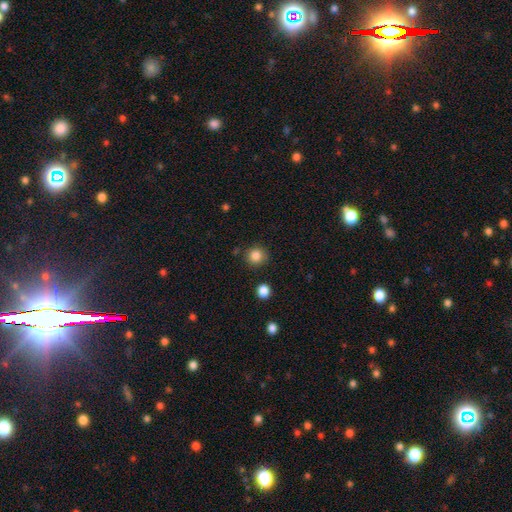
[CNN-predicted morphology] smooth_or_featured: smooth (p=0.85) [alt: star or artifact p=0.11]
how_rounded: round (p=0.92) [alt: in between p=0.07]
merging: none (p=0.87) [alt: minor disturbance p=0.08]